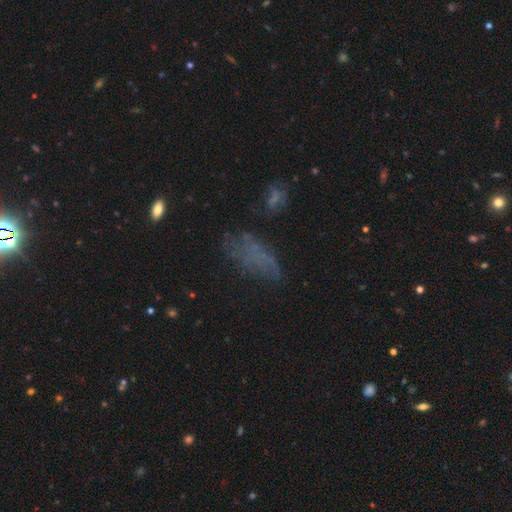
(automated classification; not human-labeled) A smooth galaxy with no disk features (51%) that is in between round and cigar-shaped (74%).

Vote fractions:
- Smooth or featured? smooth: 51% / featured or disk: 25% / star or artifact: 23%
- How rounded? in between: 74% / cigar-shaped: 21% / round: 5%
- Merging? none: 46% / minor disturbance: 25% / major disturbance: 24% / merger: 4%